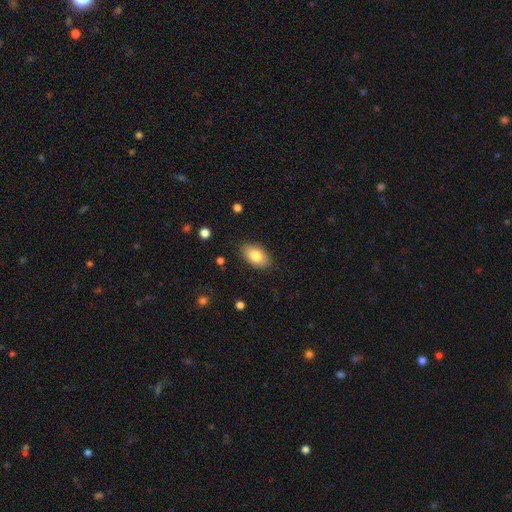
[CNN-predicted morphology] type=smooth (82%); roundness=in between (93%); merging=none (86%).